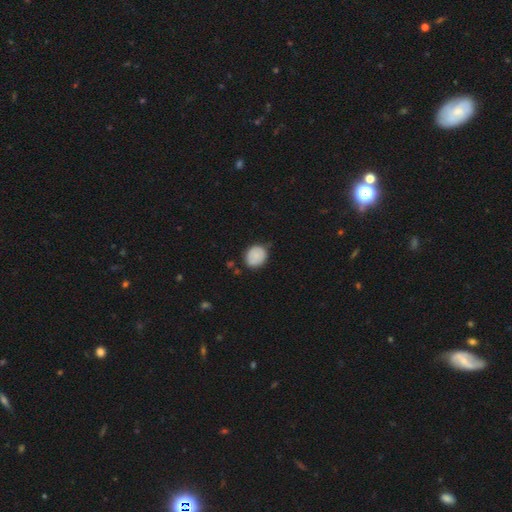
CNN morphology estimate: smooth_or_featured: smooth (p=0.84) [alt: featured or disk p=0.08]
how_rounded: round (p=0.72) [alt: in between p=0.27]
merging: none (p=0.73) [alt: minor disturbance p=0.22]